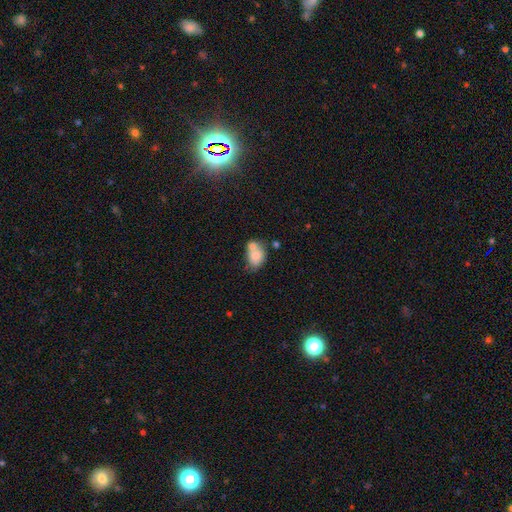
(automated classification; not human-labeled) Smooth or featured? smooth (76%)
How rounded? in between (73%)
Merging? merger (52%)